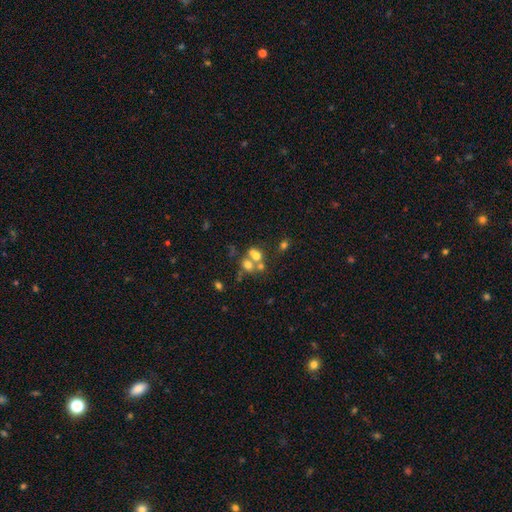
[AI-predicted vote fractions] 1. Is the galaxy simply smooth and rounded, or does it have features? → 57% smooth, 26% featured or disk, 16% star or artifact.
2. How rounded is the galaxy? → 58% round, 41% in between, 1% cigar-shaped.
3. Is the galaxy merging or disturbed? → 58% merger, 29% none, 7% minor disturbance, 6% major disturbance.